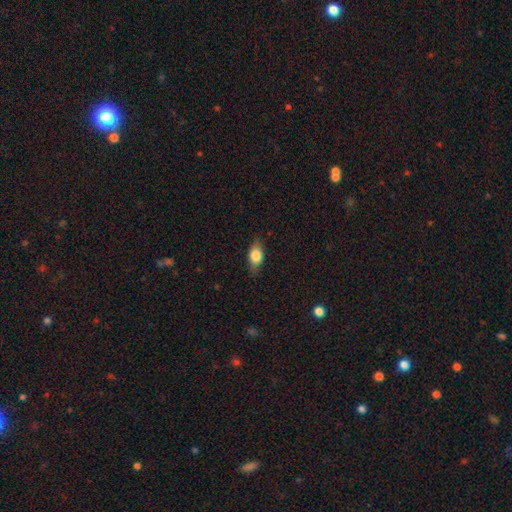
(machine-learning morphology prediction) smooth-or-featured: smooth: 76% | featured or disk: 16% | star or artifact: 8%
  how-rounded: in between: 82% | round: 11% | cigar-shaped: 8%
  merging: none: 81% | minor disturbance: 15% | major disturbance: 3% | merger: 1%